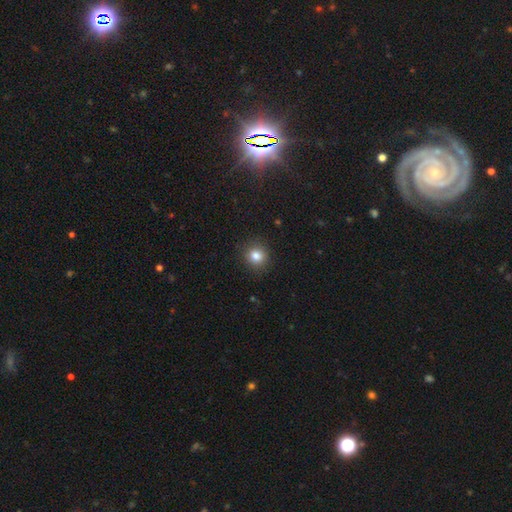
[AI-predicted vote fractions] smooth 83%, star or artifact 12%, featured or disk 6%. Down the decision tree: how rounded — round (88%); merging — none (89%).